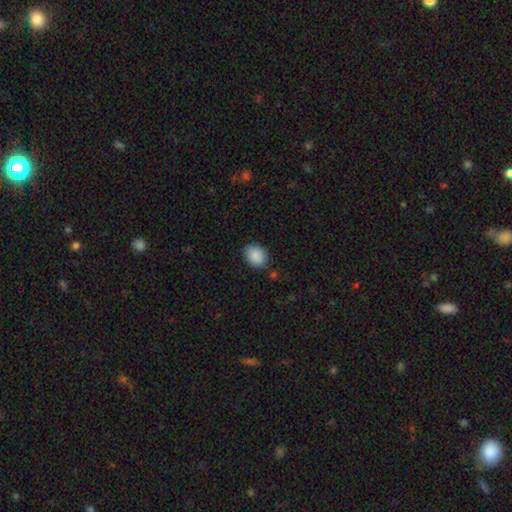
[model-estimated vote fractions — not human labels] This appears to be a smooth galaxy with no disk features (89%) that is in between round and cigar-shaped (56%). Merging: none (82%).